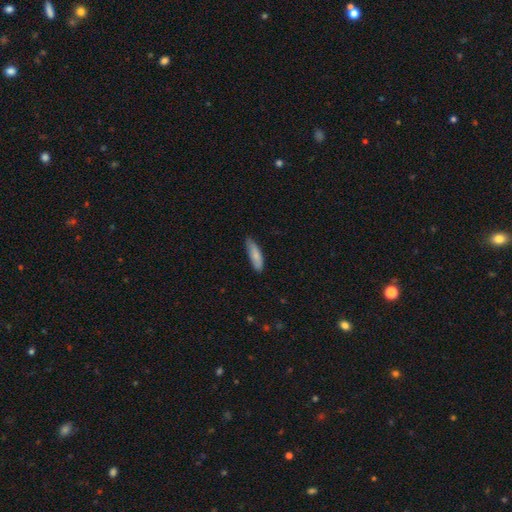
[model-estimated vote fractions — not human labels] The model was most divided on "how rounded": cigar-shaped: 62%, in between: 36%, round: 1%. More confident: smooth or featured — smooth (83%); merging — none (70%).